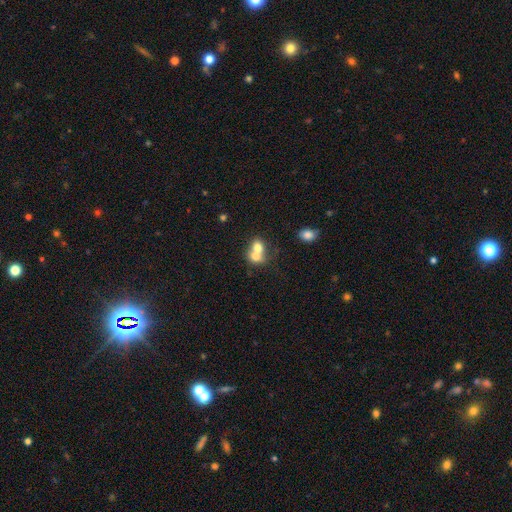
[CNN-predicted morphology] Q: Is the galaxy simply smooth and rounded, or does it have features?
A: smooth — 70%.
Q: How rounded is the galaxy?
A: in between — 50%.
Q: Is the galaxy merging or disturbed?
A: merger — 72%.